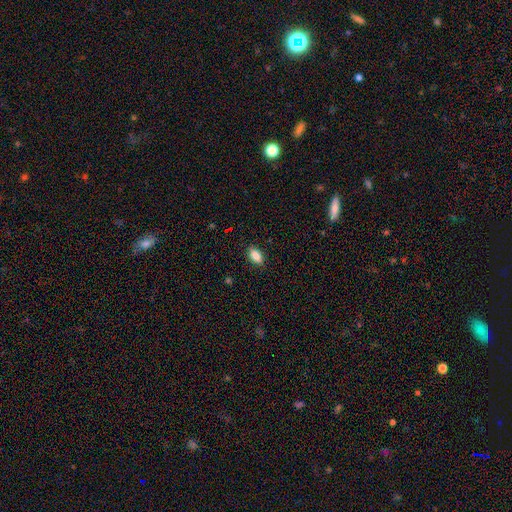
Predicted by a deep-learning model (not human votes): Smooth or featured? smooth (87%)
How rounded? in between (91%)
Merging? none (88%)